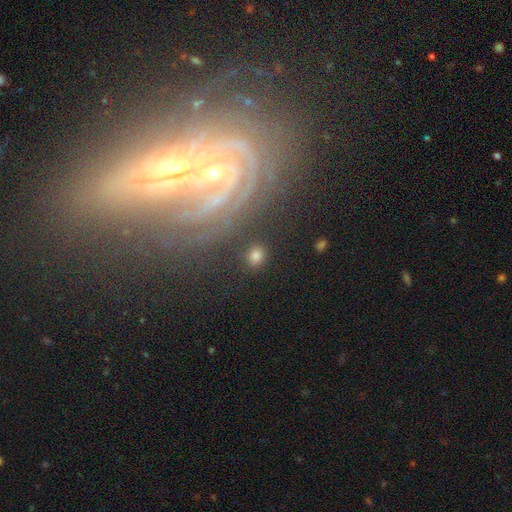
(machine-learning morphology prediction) Smooth or featured? Predicted: smooth (p=0.51). How rounded? Predicted: round (p=0.65). Merging? Predicted: none (p=0.82).